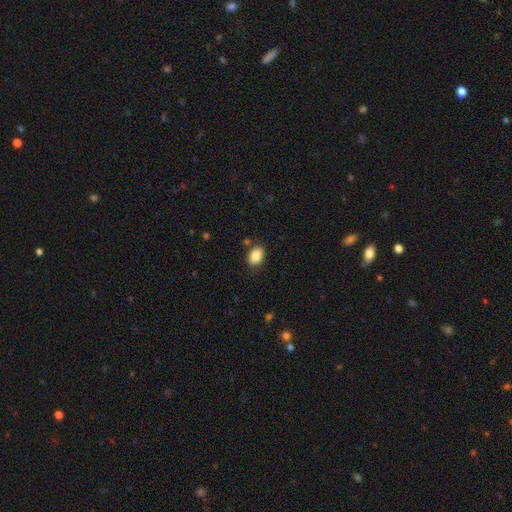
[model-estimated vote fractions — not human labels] Smooth or featured? Predicted: smooth (p=0.87). How rounded? Predicted: in between (p=0.86). Merging? Predicted: none (p=0.84).